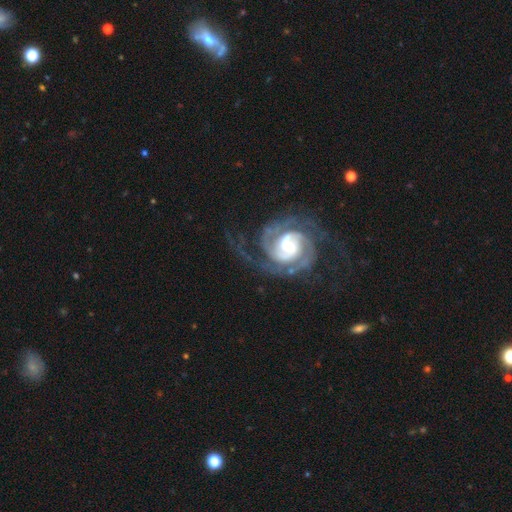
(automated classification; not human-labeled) Smooth or featured?
  - featured or disk: 91% *
  - star or artifact: 5%
  - smooth: 4%
Edge-on disk?
  - no: 98% *
  - yes: 2%
Bar?
  - no: 48% *
  - weak: 34%
  - strong: 17%
Spiral arms?
  - yes: 98% *
  - no: 2%
Spiral winding?
  - tight: 56% *
  - medium: 37%
  - loose: 7%
Spiral arm count?
  - 2: 69% *
  - 3: 11%
  - can't tell: 7%
  - 4: 4%
  - 1: 4%
  - more than 4: 4%
Bulge size?
  - moderate: 49% *
  - large: 28%
  - small: 17%
  - dominant: 3%
  - none: 3%
Merging?
  - none: 75% *
  - minor disturbance: 14%
  - major disturbance: 10%
  - merger: 2%